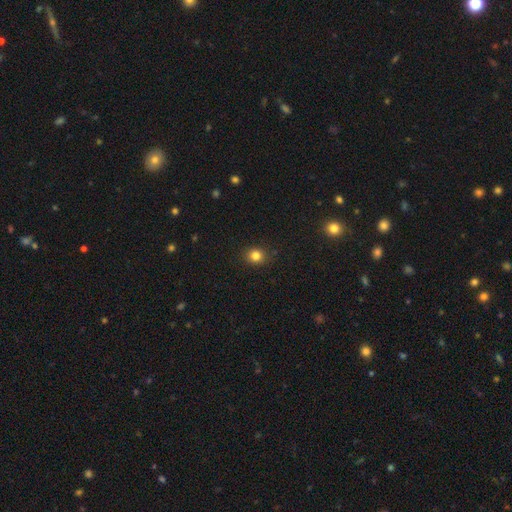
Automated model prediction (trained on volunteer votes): smooth 83%, star or artifact 13%, featured or disk 5%. Down the decision tree: how rounded — round (81%); merging — none (89%).